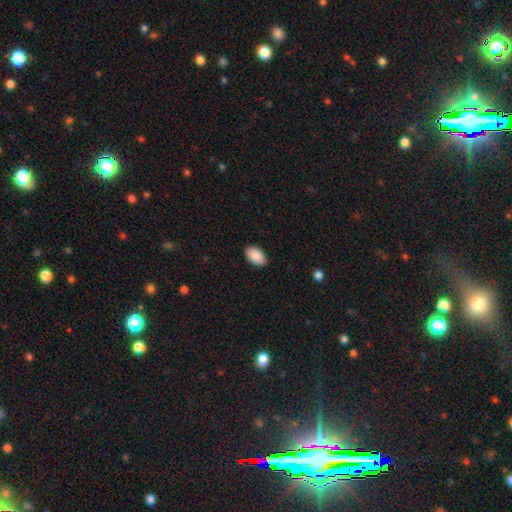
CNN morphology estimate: Q: Smooth or featured?
A: smooth (90%); runner-up: star or artifact (6%)
Q: How rounded?
A: in between (93%); runner-up: round (6%)
Q: Merging?
A: none (89%); runner-up: minor disturbance (8%)